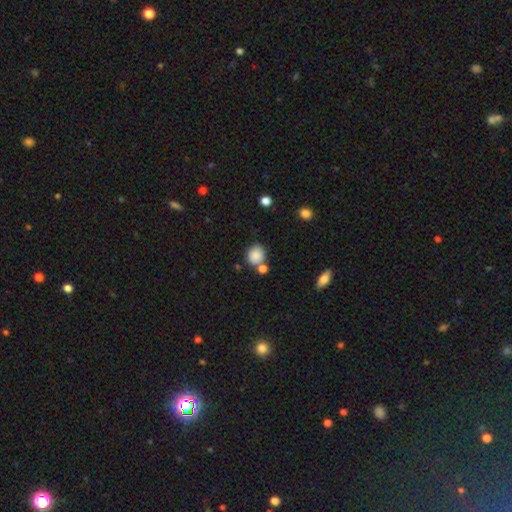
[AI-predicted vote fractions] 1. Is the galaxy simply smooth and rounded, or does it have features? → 85% smooth, 9% star or artifact, 6% featured or disk.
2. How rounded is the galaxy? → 74% round, 25% in between, 1% cigar-shaped.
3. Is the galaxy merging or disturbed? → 62% none, 21% merger, 13% minor disturbance, 4% major disturbance.